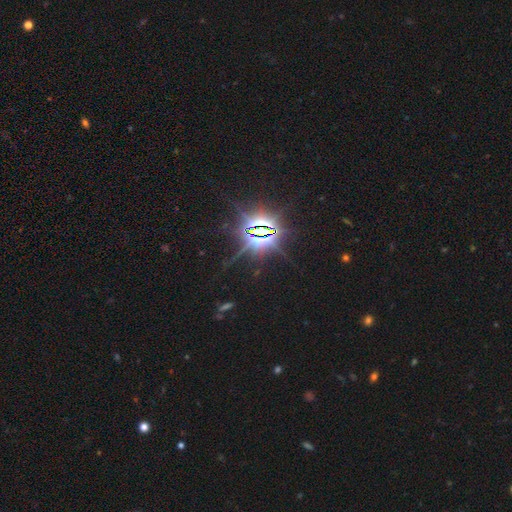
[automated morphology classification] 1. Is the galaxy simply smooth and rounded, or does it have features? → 86% star or artifact, 7% smooth, 7% featured or disk.